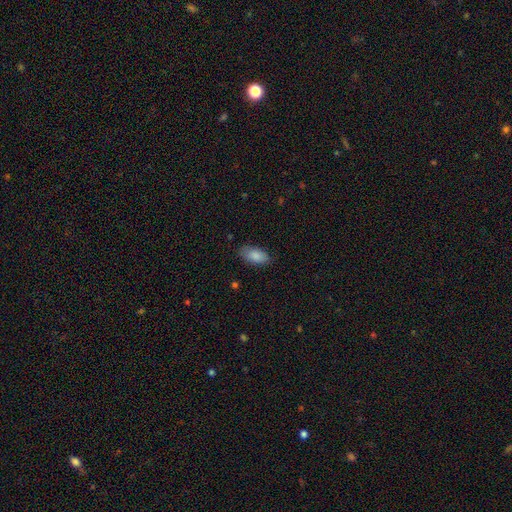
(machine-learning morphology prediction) A smooth galaxy with no disk features (87%) that is in between round and cigar-shaped (91%). Merging: none (80%).